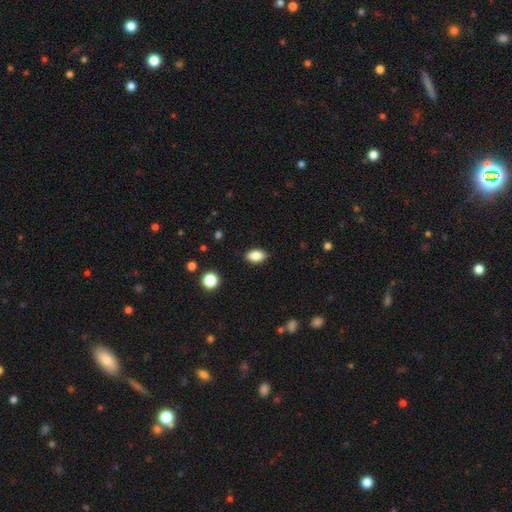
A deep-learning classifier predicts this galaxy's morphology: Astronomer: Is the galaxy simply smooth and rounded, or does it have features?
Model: smooth — 85%.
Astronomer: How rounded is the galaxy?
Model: in between — 90%.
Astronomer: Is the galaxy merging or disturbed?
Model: none — 87%.